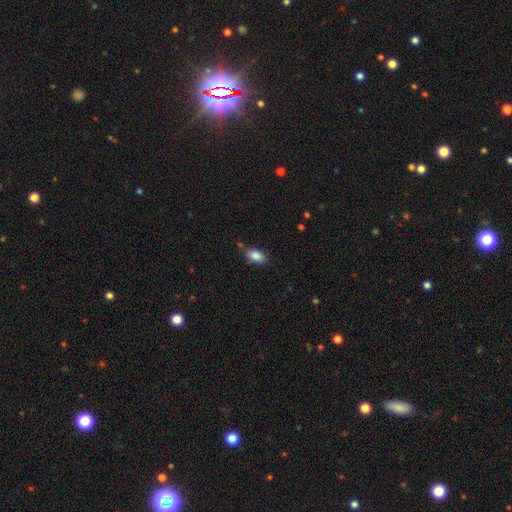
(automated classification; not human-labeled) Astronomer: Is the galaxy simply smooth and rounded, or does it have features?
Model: smooth — 86%.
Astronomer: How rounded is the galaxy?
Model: in between — 90%.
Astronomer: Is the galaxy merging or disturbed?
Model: none — 78%.